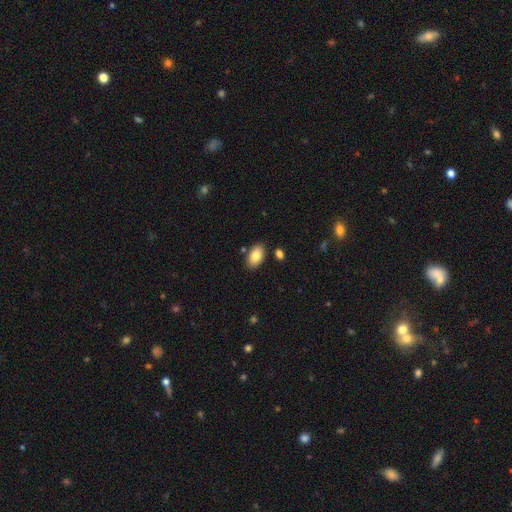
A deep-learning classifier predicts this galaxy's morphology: This appears to be a smooth galaxy with no disk features (83%) that is in between round and cigar-shaped (93%). Merging: none (83%).